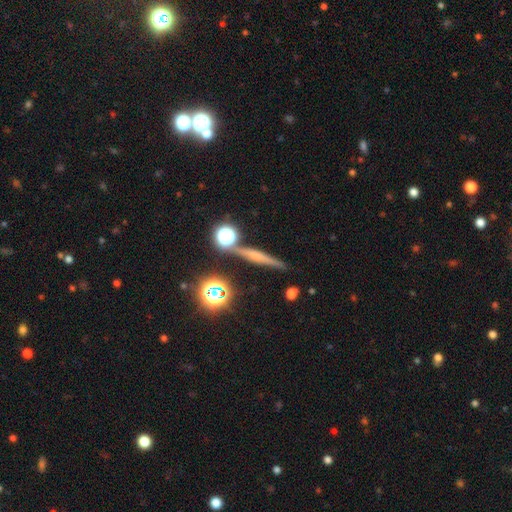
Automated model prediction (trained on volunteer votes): smooth_or_featured: featured or disk (p=0.50) [alt: smooth p=0.32]
merging: none (p=0.85) [alt: minor disturbance p=0.08]